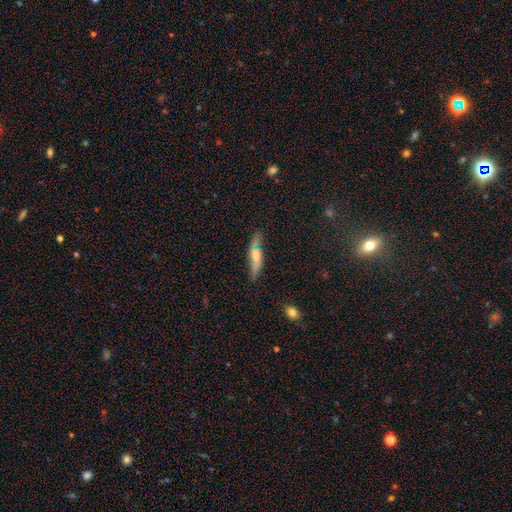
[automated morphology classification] The model was most divided on "smooth or featured": smooth: 59%, featured or disk: 33%, star or artifact: 8%. More confident: how rounded — cigar-shaped (73%); merging — none (67%).